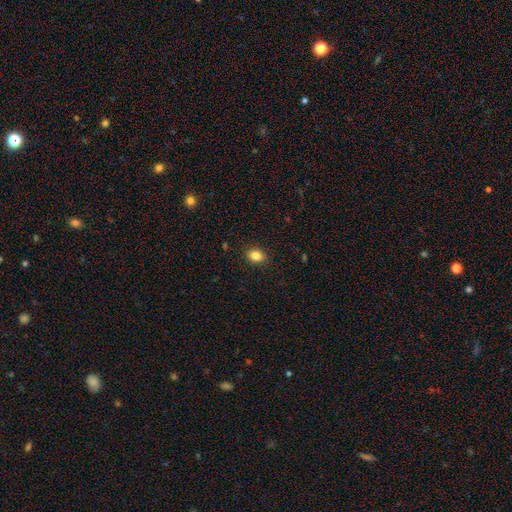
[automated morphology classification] A smooth galaxy with no disk features (85%) that is in between round and cigar-shaped (67%). Merging: none (89%).